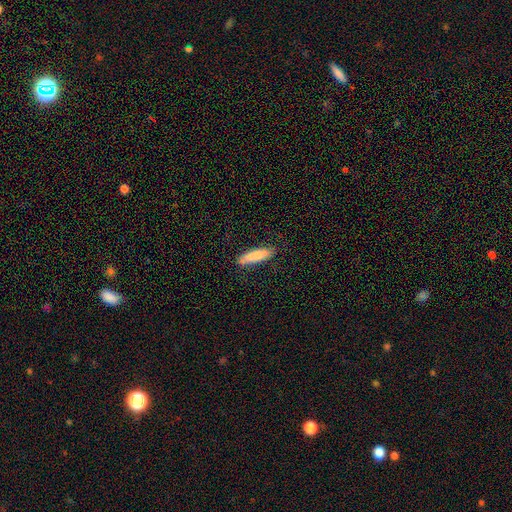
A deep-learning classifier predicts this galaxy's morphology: A smooth galaxy with no disk features (81%) that is cigar-shaped (68%).

Vote fractions:
- Smooth or featured? smooth: 81% / featured or disk: 13% / star or artifact: 6%
- How rounded? cigar-shaped: 68% / in between: 30% / round: 1%
- Merging? none: 80% / minor disturbance: 15% / major disturbance: 3% / merger: 2%